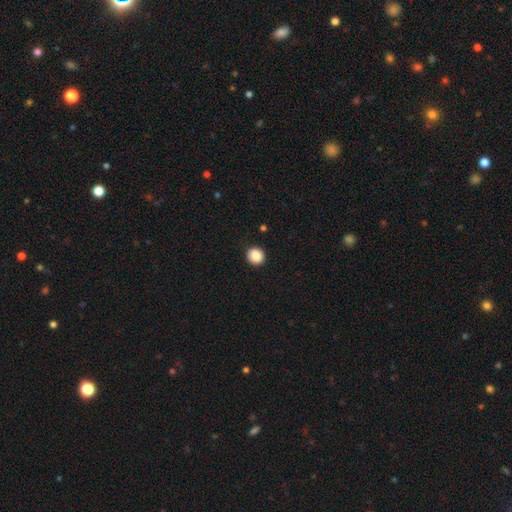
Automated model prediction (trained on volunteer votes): This appears to be a smooth galaxy with no disk features (88%) that is round (91%). Merging: none (92%).